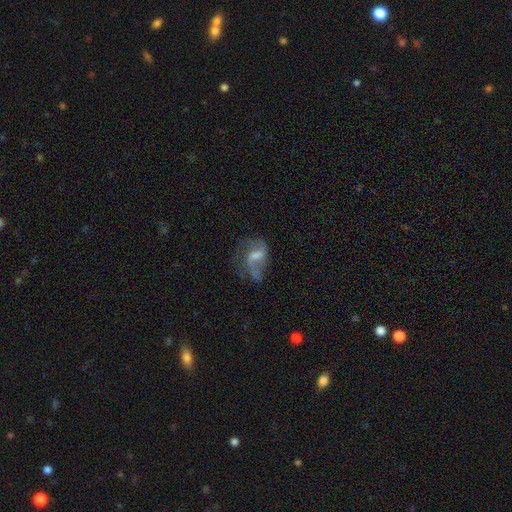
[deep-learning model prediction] This is likely a featured or disk galaxy (68%). It is clearly not viewed edge-on (96%). Bar: possibly weak (50%). Spiral arm pattern: clearly yes (80%). Spiral arm count: likely 2 (64%). Spiral winding: possibly loose (58%). Central bulge: marginally moderate (42%). Merging: marginally none (42%).